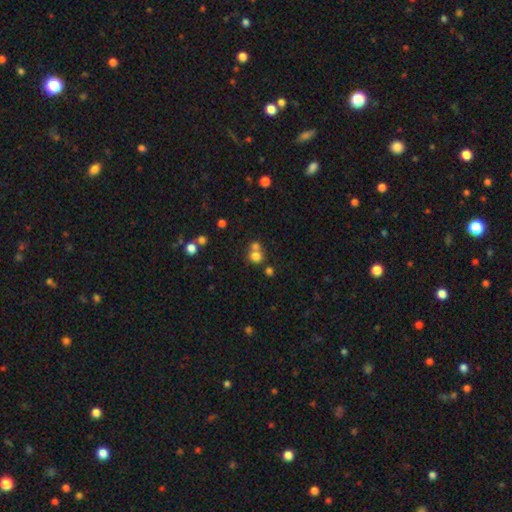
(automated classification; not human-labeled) Smooth or featured?
  - smooth: 75% *
  - star or artifact: 15%
  - featured or disk: 10%
How rounded?
  - round: 84% *
  - in between: 15%
  - cigar-shaped: 1%
Merging?
  - none: 46% *
  - merger: 44%
  - minor disturbance: 6%
  - major disturbance: 3%